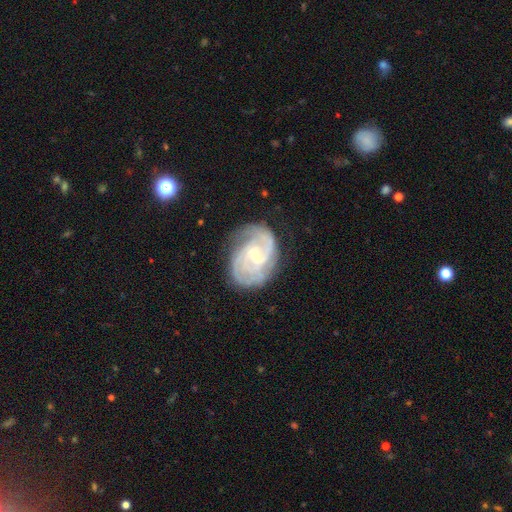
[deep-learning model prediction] Smooth or featured? featured or disk (88%)
Edge-on disk? no (97%)
Bar? weak (49%)
Spiral arms? yes (97%)
Spiral winding? tight (56%)
Spiral arm count? 2 (42%)
Bulge size? small (62%)
Merging? none (70%)